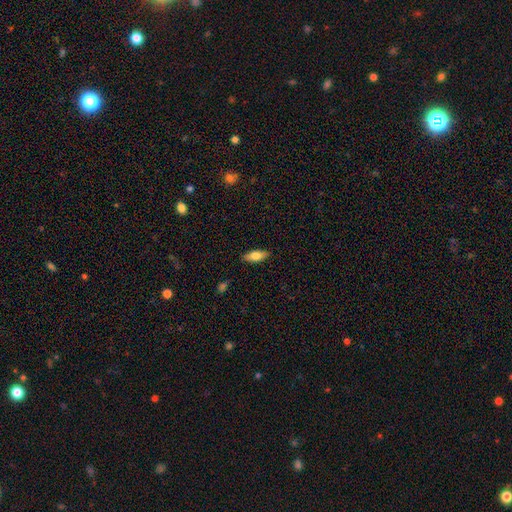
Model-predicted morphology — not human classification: Smooth or featured?
  - smooth: 73% *
  - featured or disk: 20%
  - star or artifact: 6%
How rounded?
  - in between: 73% *
  - cigar-shaped: 24%
  - round: 2%
Merging?
  - none: 87% *
  - minor disturbance: 9%
  - major disturbance: 2%
  - merger: 1%